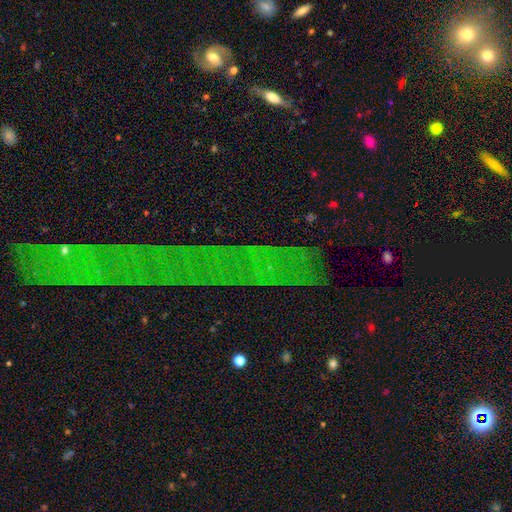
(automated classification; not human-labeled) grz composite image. It shows a star or artifact, not a galaxy (78%).